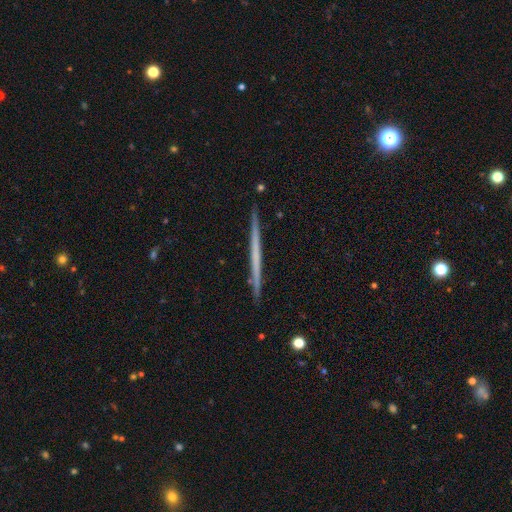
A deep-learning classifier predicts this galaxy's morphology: type=featured or disk (58%); edge-on=yes (98%); edge-on bulge=none (93%); merging=none (92%).